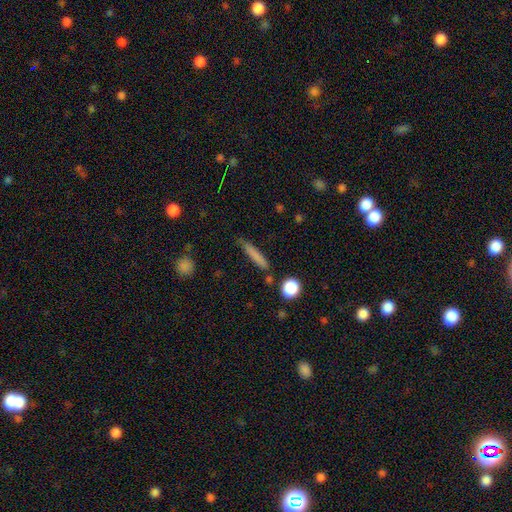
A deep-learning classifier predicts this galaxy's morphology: smooth 76%, featured or disk 16%, star or artifact 8%. Down the decision tree: how rounded — cigar-shaped (91%); merging — none (75%).